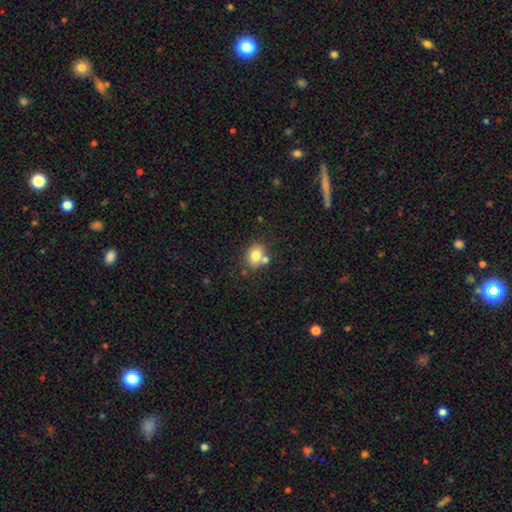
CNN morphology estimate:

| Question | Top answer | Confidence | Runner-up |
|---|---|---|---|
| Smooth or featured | smooth | 79% | featured or disk (10%) |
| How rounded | in between | 51% | round (48%) |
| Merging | none | 64% | merger (20%) |